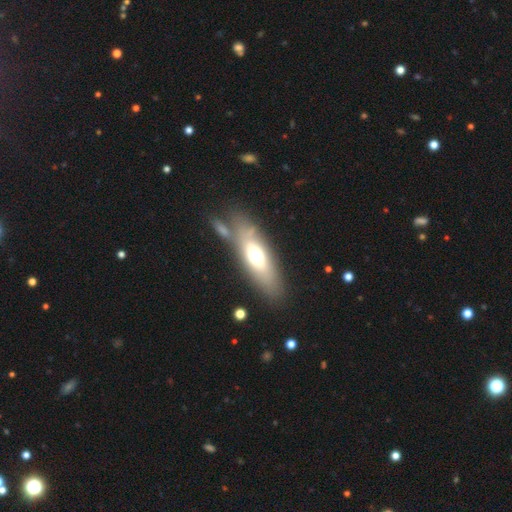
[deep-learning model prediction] The model was most divided on "smooth or featured": smooth: 57%, featured or disk: 36%, star or artifact: 8%. More confident: merging — none (65%); how rounded — in between (60%).